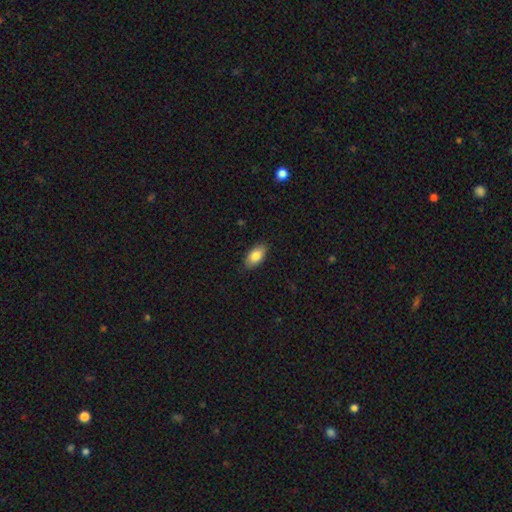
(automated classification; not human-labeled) This appears to be a smooth galaxy with no disk features (84%) that is in between round and cigar-shaped (93%). Merging: none (87%).